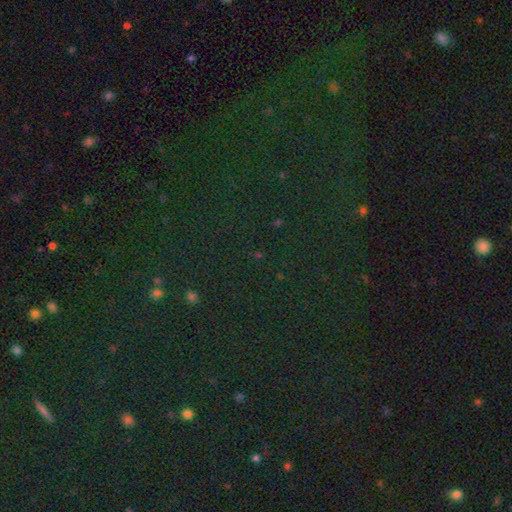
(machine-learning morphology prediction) smooth_or_featured: star or artifact (p=0.74) [alt: smooth p=0.17]